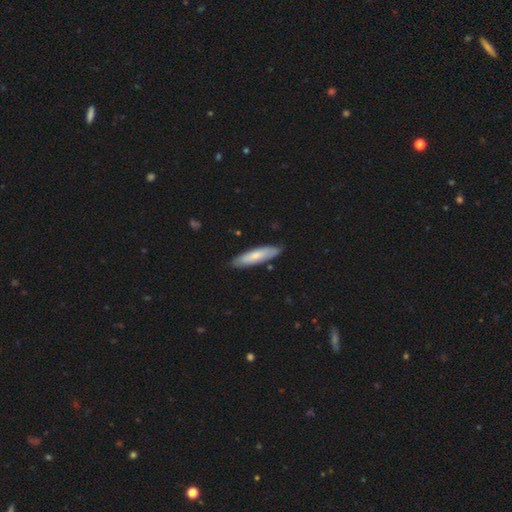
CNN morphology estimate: A smooth galaxy with no disk features (72%) that is cigar-shaped (72%).

Vote fractions:
- Smooth or featured? smooth: 72% / featured or disk: 23% / star or artifact: 5%
- How rounded? cigar-shaped: 72% / in between: 26% / round: 1%
- Merging? none: 85% / minor disturbance: 12% / major disturbance: 2% / merger: 2%